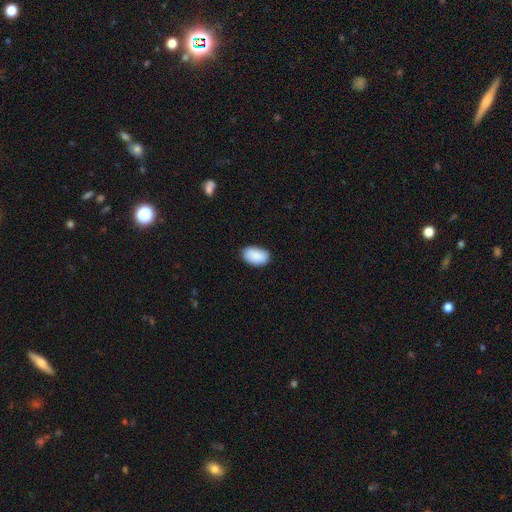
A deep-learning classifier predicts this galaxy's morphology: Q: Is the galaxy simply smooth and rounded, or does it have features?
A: smooth — 90%.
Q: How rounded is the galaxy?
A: in between — 92%.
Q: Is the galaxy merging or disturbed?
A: none — 84%.